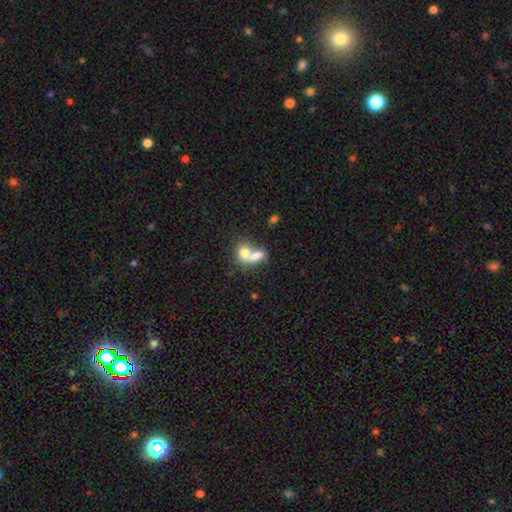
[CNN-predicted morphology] Q: Smooth or featured?
A: smooth (73%); runner-up: featured or disk (18%)
Q: How rounded?
A: in between (61%); runner-up: round (36%)
Q: Merging?
A: merger (72%); runner-up: none (17%)